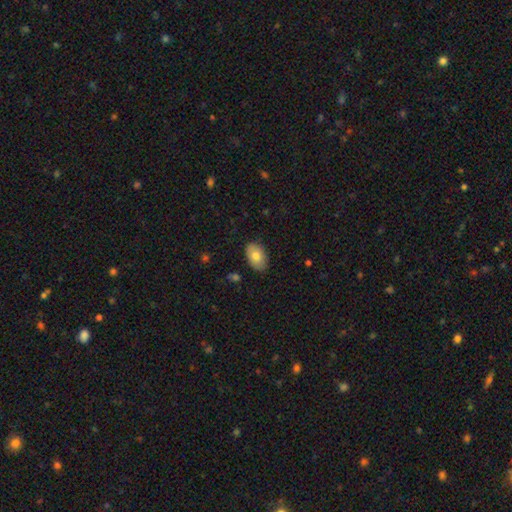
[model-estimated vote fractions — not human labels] This appears to be a smooth galaxy with no disk features (79%) that is in between round and cigar-shaped (90%). Merging: none (85%).